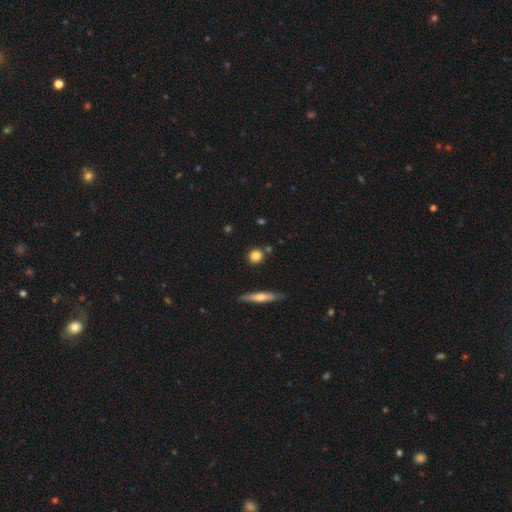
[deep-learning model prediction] The model was most divided on "smooth or featured": smooth: 80%, featured or disk: 10%, star or artifact: 10%. More confident: how rounded — round (85%); merging — none (81%).